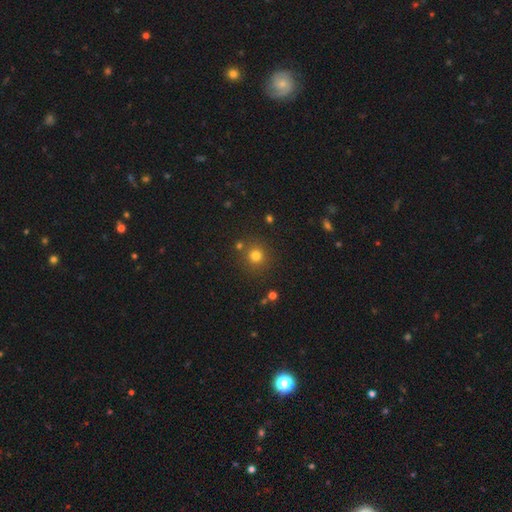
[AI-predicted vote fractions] This is likely a smooth galaxy (77%). How rounded: clearly round (93%). Merging: clearly none (82%).